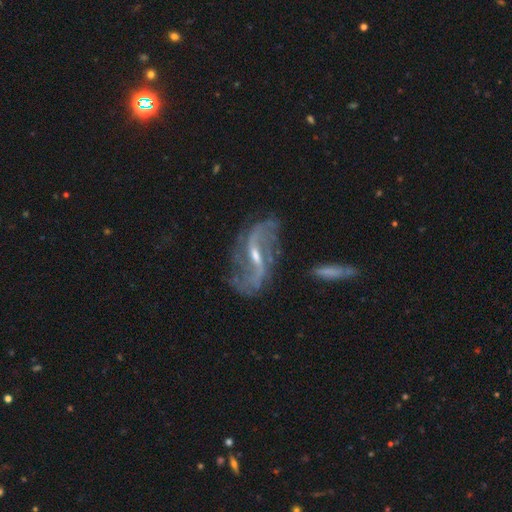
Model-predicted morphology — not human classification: featured or disk 89%, star or artifact 6%, smooth 5%. Down the decision tree: edge-on disk — no (94%); bar — weak (47%); spiral arms — yes (95%); spiral arm count — 2 (84%); spiral winding — loose (72%); bulge size — small (56%); merging — none (60%).